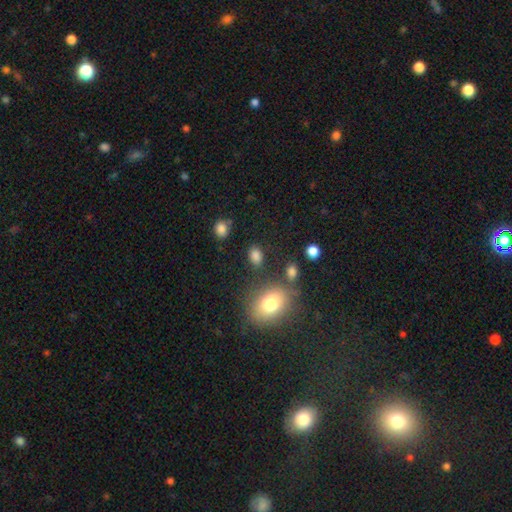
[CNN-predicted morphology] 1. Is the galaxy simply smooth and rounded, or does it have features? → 83% smooth, 12% star or artifact, 5% featured or disk.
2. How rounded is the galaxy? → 77% in between, 22% round, 2% cigar-shaped.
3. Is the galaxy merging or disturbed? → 77% none, 13% minor disturbance, 5% merger, 5% major disturbance.